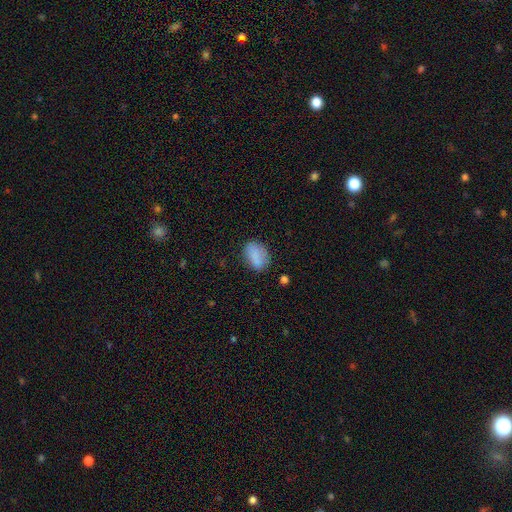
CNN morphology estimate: A smooth galaxy with no disk features (82%) that is in between round and cigar-shaped (81%).

Vote fractions:
- Smooth or featured? smooth: 82% / featured or disk: 10% / star or artifact: 8%
- How rounded? in between: 81% / round: 18% / cigar-shaped: 2%
- Merging? none: 70% / minor disturbance: 20% / major disturbance: 6% / merger: 5%